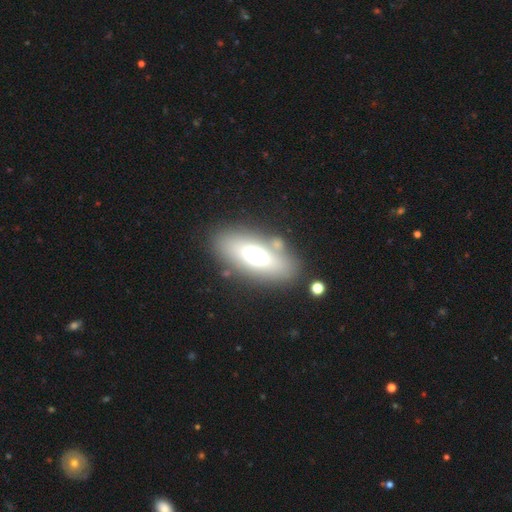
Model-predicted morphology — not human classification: A smooth galaxy with no disk features (58%) that is in between round and cigar-shaped (78%). Merging: none (78%).